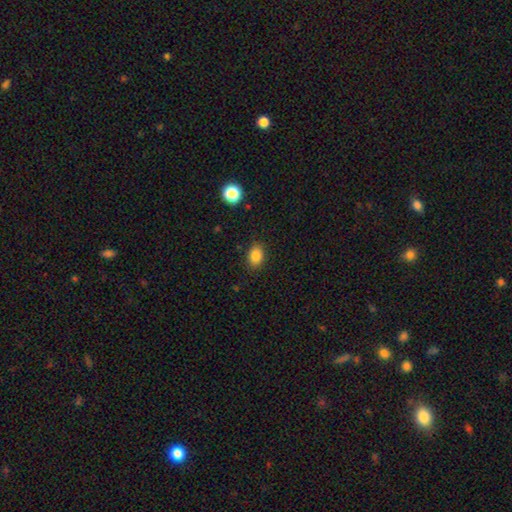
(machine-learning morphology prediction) A smooth galaxy with no disk features (85%) that is in between round and cigar-shaped (72%). Merging: none (86%).